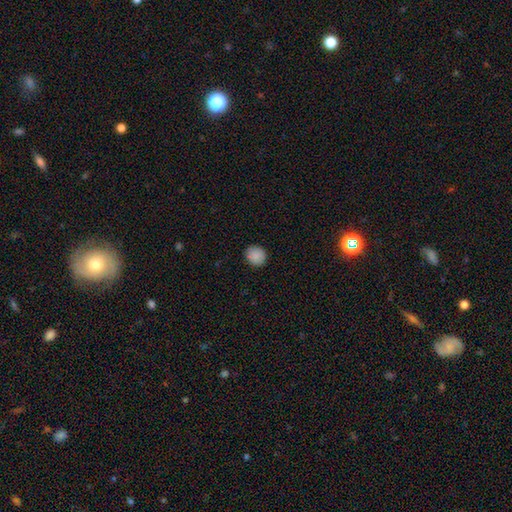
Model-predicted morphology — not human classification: Q: Smooth or featured?
A: smooth (88%); runner-up: star or artifact (9%)
Q: How rounded?
A: round (85%); runner-up: in between (14%)
Q: Merging?
A: none (88%); runner-up: minor disturbance (9%)